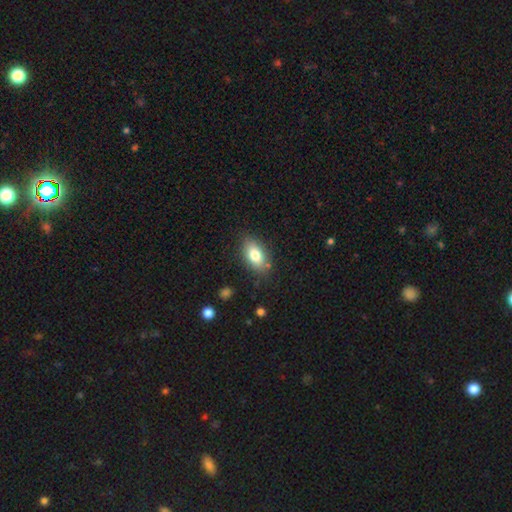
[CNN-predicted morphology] smooth-or-featured: smooth: 78% | featured or disk: 14% | star or artifact: 8%
  how-rounded: in between: 89% | round: 7% | cigar-shaped: 5%
  merging: none: 84% | minor disturbance: 12% | major disturbance: 3% | merger: 2%